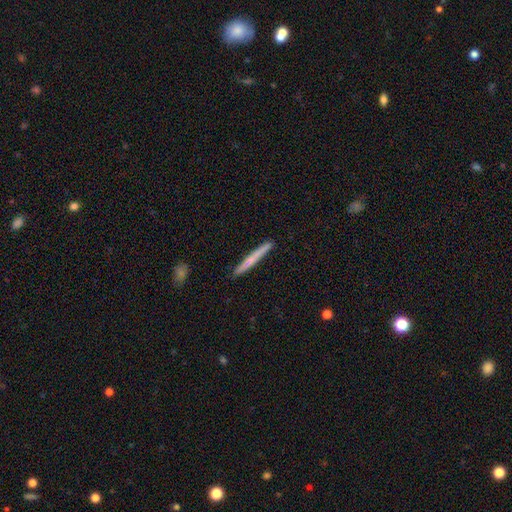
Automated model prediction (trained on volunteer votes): This is likely a smooth galaxy (62%). How rounded: clearly cigar-shaped (97%). Merging: clearly none (90%).